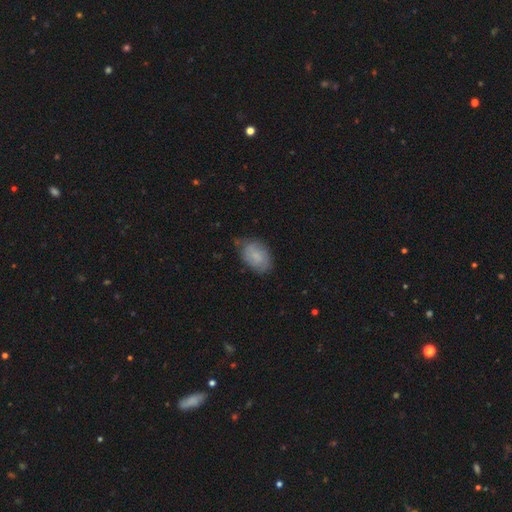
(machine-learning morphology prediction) This appears to be a smooth galaxy with no disk features (55%) that is in between round and cigar-shaped (86%). Merging: none (61%).